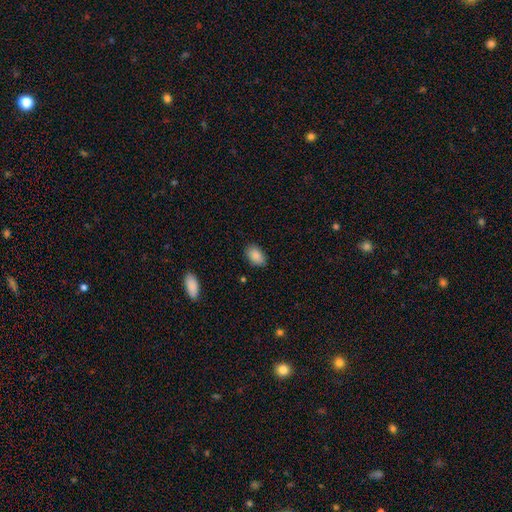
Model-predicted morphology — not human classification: Smooth or featured?
  - smooth: 88% *
  - star or artifact: 8%
  - featured or disk: 5%
How rounded?
  - in between: 90% *
  - round: 9%
  - cigar-shaped: 1%
Merging?
  - none: 85% *
  - minor disturbance: 11%
  - major disturbance: 2%
  - merger: 1%